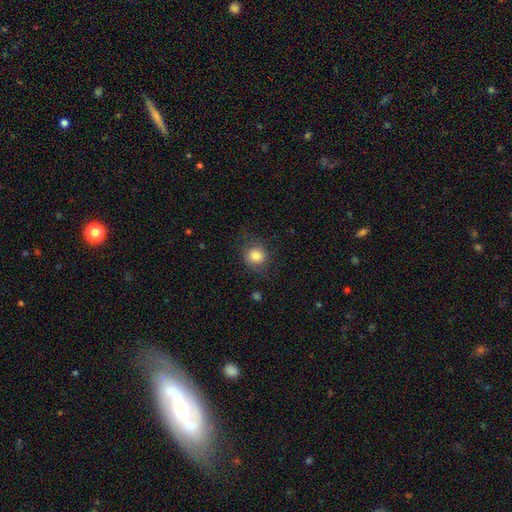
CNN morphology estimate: This appears to be a smooth galaxy with no disk features (80%) that is round (83%). Merging: none (71%).